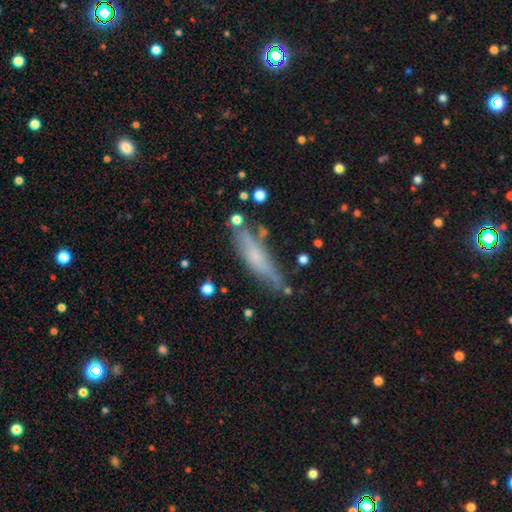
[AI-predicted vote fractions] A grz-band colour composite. It shows a smooth galaxy with no disk features (53%) that is cigar-shaped (72%). Merging: none (64%).